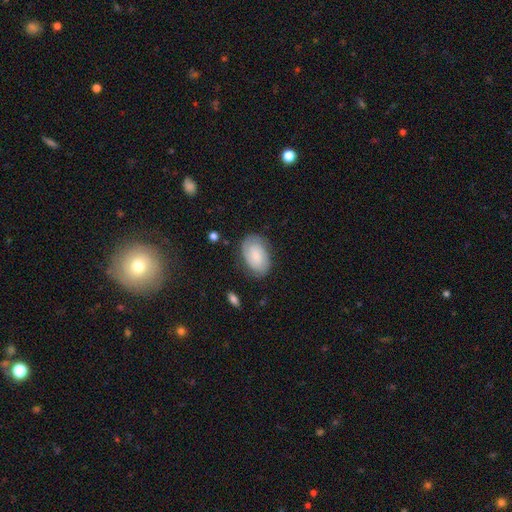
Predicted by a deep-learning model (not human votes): This appears to be a smooth galaxy with no disk features (52%) that is in between round and cigar-shaped (89%). Merging: none (76%).